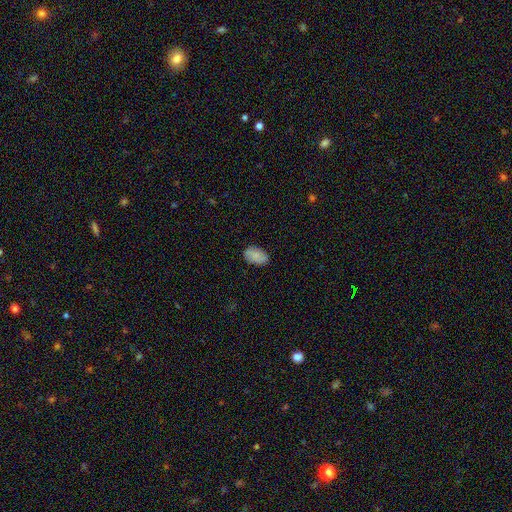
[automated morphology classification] Smooth or featured: smooth — 85% (featured or disk — 8%)
How rounded: in between — 92% (round — 7%)
Merging: none — 82% (minor disturbance — 14%)